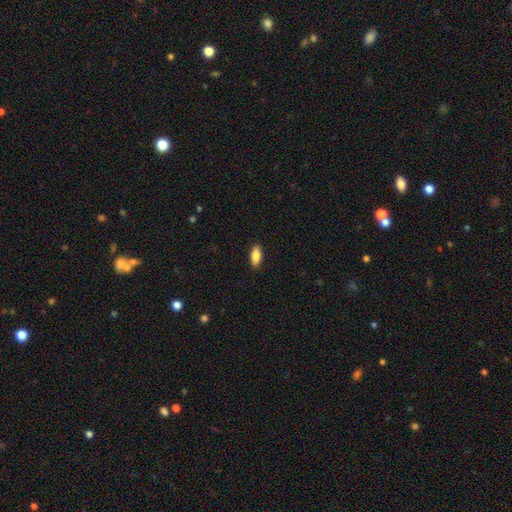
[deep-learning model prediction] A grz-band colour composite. It shows a smooth galaxy with no disk features (85%) that is in between round and cigar-shaped (82%). Merging: none (90%).